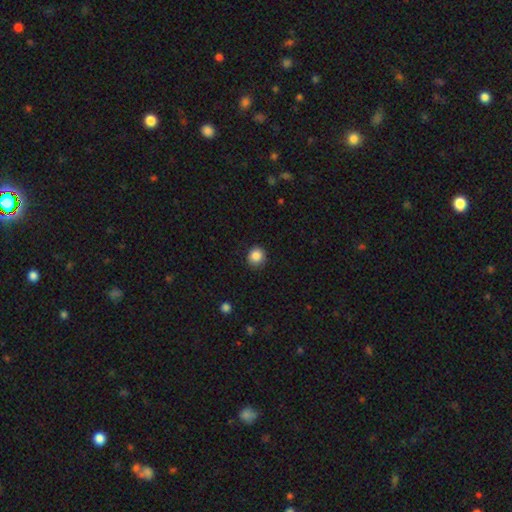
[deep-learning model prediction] The model was most divided on "smooth or featured": smooth: 86%, star or artifact: 10%, featured or disk: 4%. More confident: how rounded — round (90%); merging — none (90%).